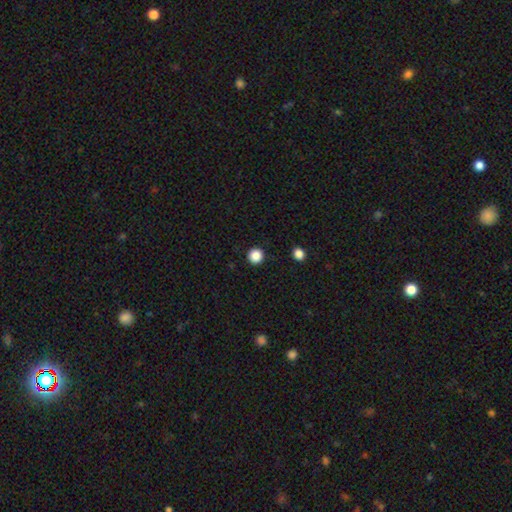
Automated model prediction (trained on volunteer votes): Overall: smooth (87%). How rounded: round (96%). Merging: none (93%).